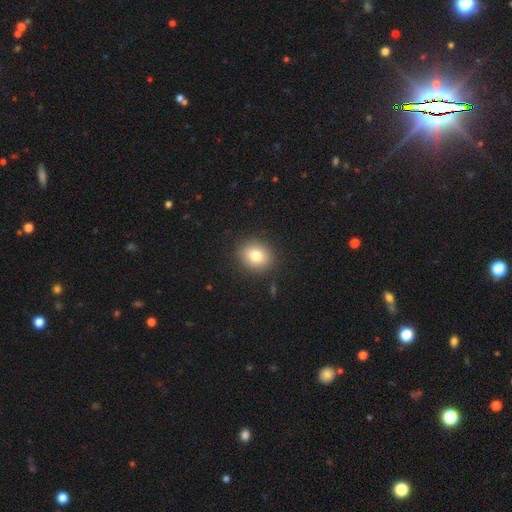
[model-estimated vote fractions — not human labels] smooth-or-featured: smooth: 79% | star or artifact: 11% | featured or disk: 10%
  how-rounded: round: 72% | in between: 27% | cigar-shaped: 1%
  merging: none: 89% | minor disturbance: 8% | major disturbance: 3% | merger: 1%